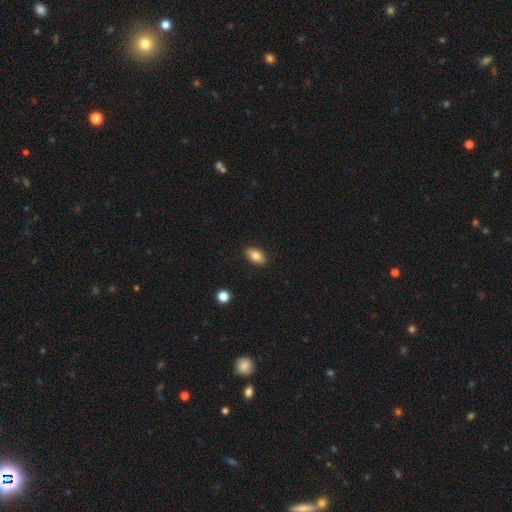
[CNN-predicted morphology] A smooth galaxy with no disk features (81%) that is in between round and cigar-shaped (90%). Merging: none (89%).